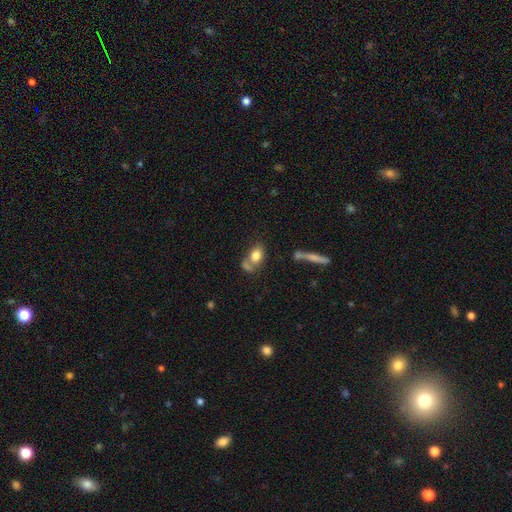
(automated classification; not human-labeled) Smooth or featured?
  - smooth: 75% *
  - featured or disk: 16%
  - star or artifact: 9%
How rounded?
  - in between: 76% *
  - round: 20%
  - cigar-shaped: 3%
Merging?
  - none: 43% *
  - merger: 28%
  - minor disturbance: 17%
  - major disturbance: 11%